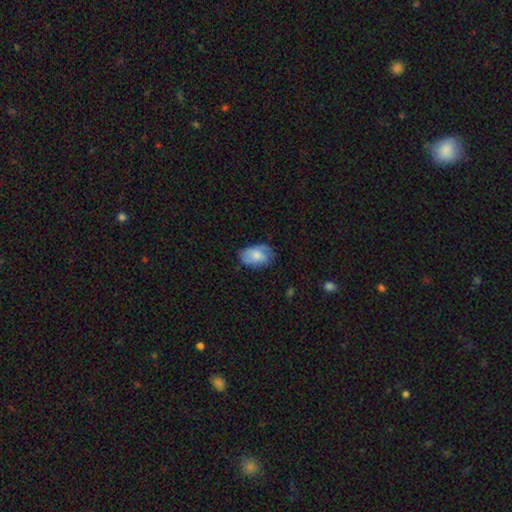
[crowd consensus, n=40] smooth-or-featured: smooth: 60% | featured or disk: 35% | star or artifact: 5%
  how-rounded: in between: 83% | round: 17% | cigar-shaped: 0%
  merging: none: 71% | minor disturbance: 13% | major disturbance: 13% | merger: 3%